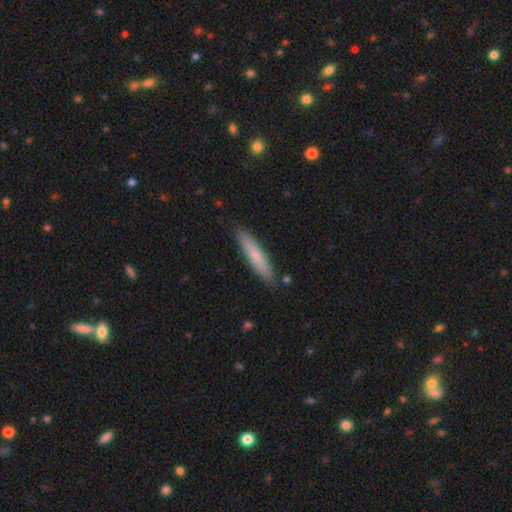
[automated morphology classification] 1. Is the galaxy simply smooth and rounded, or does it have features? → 75% smooth, 20% featured or disk, 5% star or artifact.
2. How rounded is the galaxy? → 90% cigar-shaped, 9% in between, 1% round.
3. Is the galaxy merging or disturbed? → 88% none, 8% minor disturbance, 2% merger, 2% major disturbance.